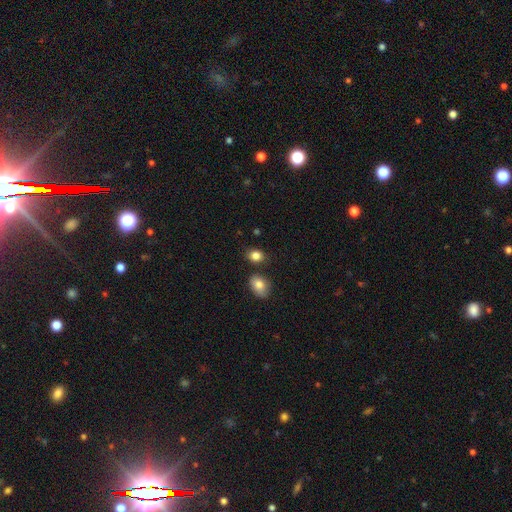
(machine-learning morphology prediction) smooth_or_featured: smooth (p=0.84) [alt: star or artifact p=0.10]
how_rounded: in between (p=0.58) [alt: round p=0.41]
merging: none (p=0.75) [alt: minor disturbance p=0.13]